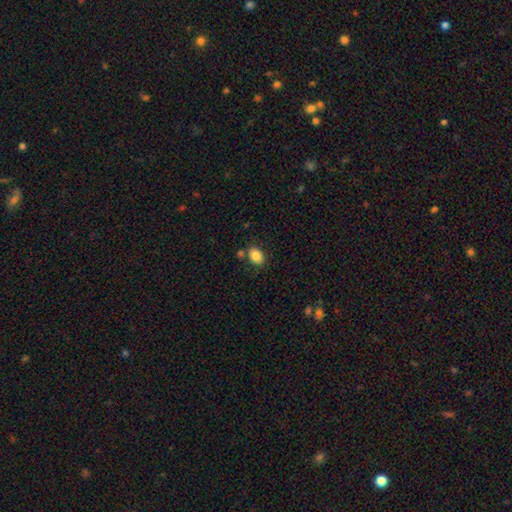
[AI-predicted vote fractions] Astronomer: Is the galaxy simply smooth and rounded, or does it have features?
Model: smooth — 85%.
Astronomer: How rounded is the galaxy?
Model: in between — 77%.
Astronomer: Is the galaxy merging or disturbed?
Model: none — 74%.